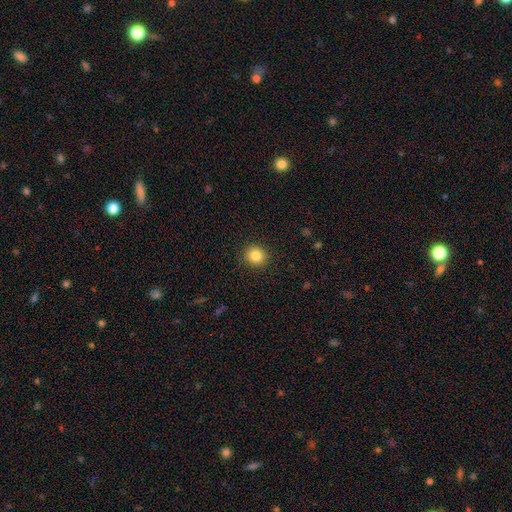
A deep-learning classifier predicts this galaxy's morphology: The model was most divided on "smooth or featured": smooth: 84%, star or artifact: 11%, featured or disk: 6%. More confident: merging — none (91%); how rounded — round (89%).